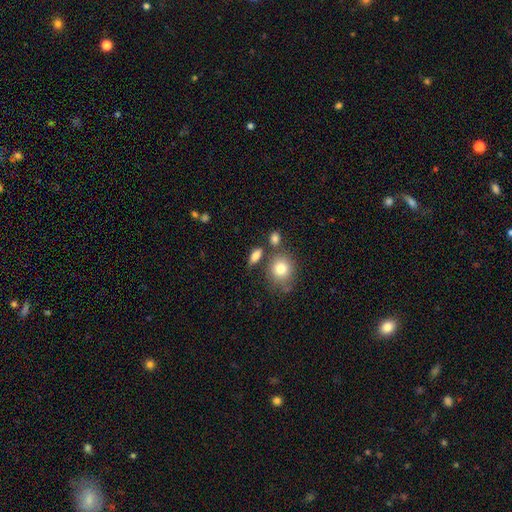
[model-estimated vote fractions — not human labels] Smooth or featured?
  - smooth: 78% *
  - featured or disk: 12%
  - star or artifact: 10%
How rounded?
  - in between: 67% *
  - round: 17%
  - cigar-shaped: 16%
Merging?
  - none: 68% *
  - minor disturbance: 14%
  - merger: 13%
  - major disturbance: 5%